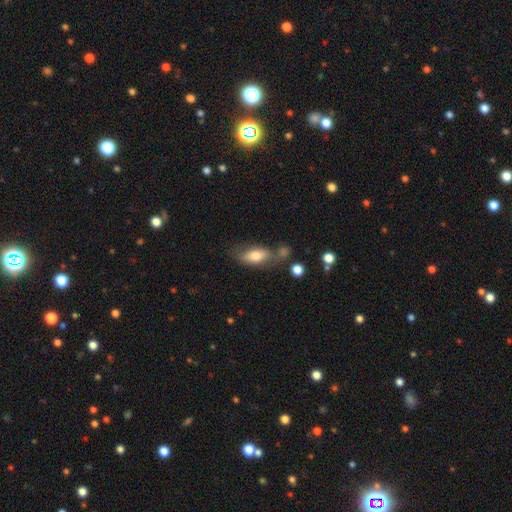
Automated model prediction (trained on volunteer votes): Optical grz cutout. It shows a smooth galaxy with no disk features (71%) that is in between round and cigar-shaped (81%). Merging: none (55%).